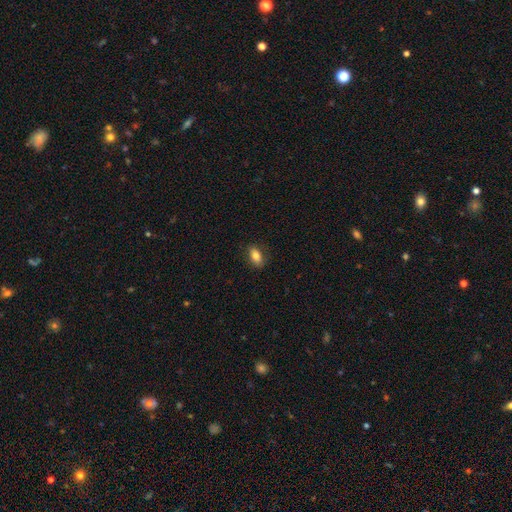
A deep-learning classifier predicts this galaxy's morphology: Overall: smooth (82%). How rounded: in between (88%). Merging: none (83%).